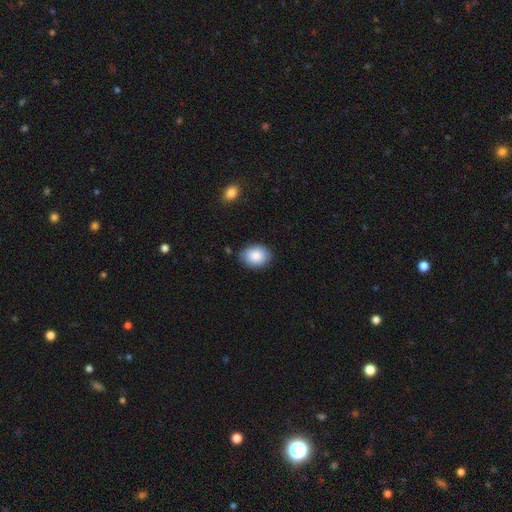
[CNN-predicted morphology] smooth-or-featured: smooth: 86% | featured or disk: 7% | star or artifact: 7%
  how-rounded: in between: 68% | round: 31% | cigar-shaped: 1%
  merging: none: 80% | minor disturbance: 15% | major disturbance: 3% | merger: 2%